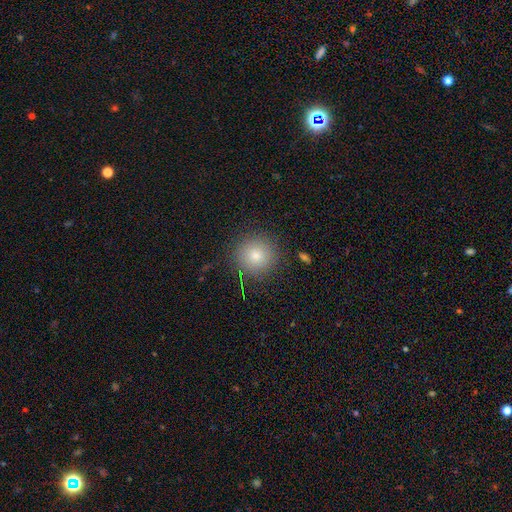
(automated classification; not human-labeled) A smooth galaxy with no disk features (79%) that is round (94%). Merging: none (87%).